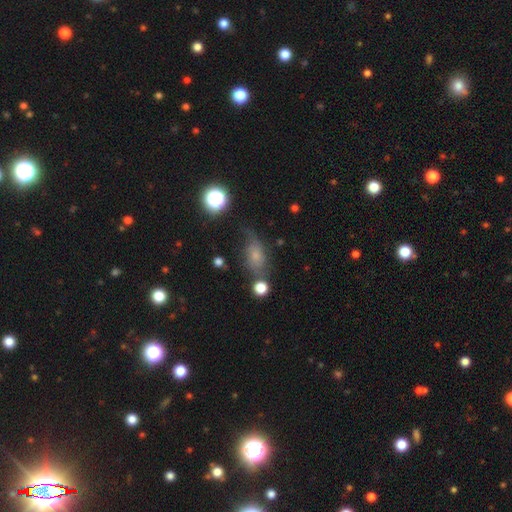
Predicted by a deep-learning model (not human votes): Overall: smooth (46%; featured or disk 36%). Merging: none (47%; minor disturbance 29%).